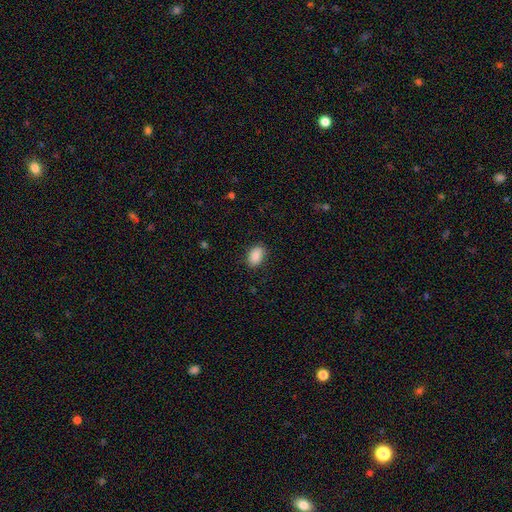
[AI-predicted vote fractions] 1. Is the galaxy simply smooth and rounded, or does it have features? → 88% smooth, 7% star or artifact, 5% featured or disk.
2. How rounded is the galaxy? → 88% in between, 11% round, 1% cigar-shaped.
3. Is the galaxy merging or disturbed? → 85% none, 11% minor disturbance, 3% major disturbance, 1% merger.